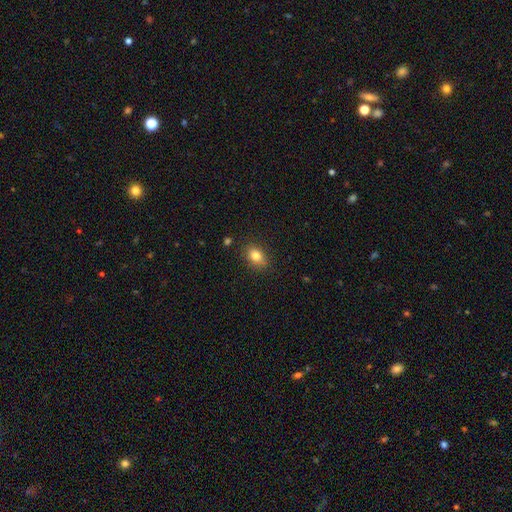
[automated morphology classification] Smooth or featured? smooth (82%)
How rounded? in between (69%)
Merging? none (82%)